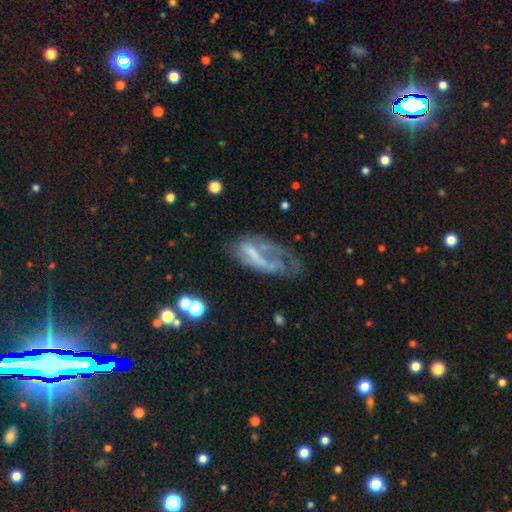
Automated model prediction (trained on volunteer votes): This appears to be a featured or disk galaxy (57%) with no bar (49%), no spiral arms (64%) and no central bulge (59%). Merging: major disturbance (43%).